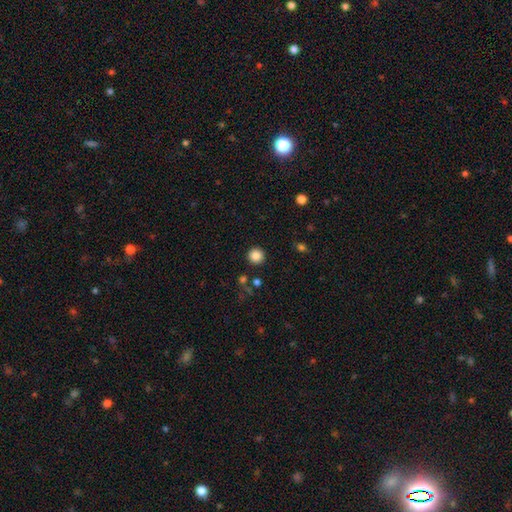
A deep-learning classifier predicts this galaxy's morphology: type=smooth (86%); roundness=round (95%); merging=none (91%).